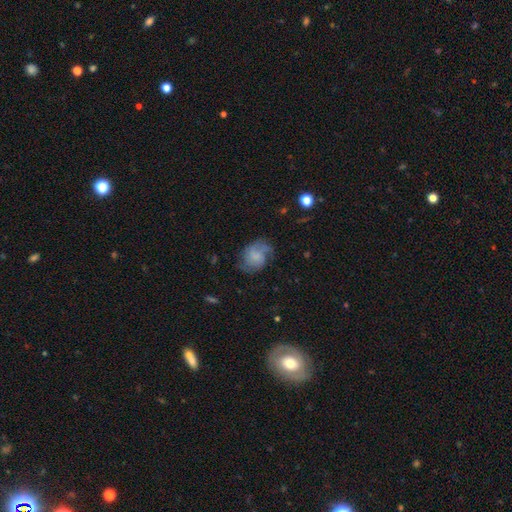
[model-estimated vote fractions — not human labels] Q: Smooth or featured?
A: featured or disk (51%); runner-up: smooth (40%)
Q: Edge-on disk?
A: no (98%); runner-up: yes (2%)
Q: Bar?
A: no (72%); runner-up: weak (24%)
Q: Spiral arms?
A: yes (85%); runner-up: no (15%)
Q: Bulge size?
A: none (46%); runner-up: small (27%)
Q: Merging?
A: none (55%); runner-up: minor disturbance (26%)